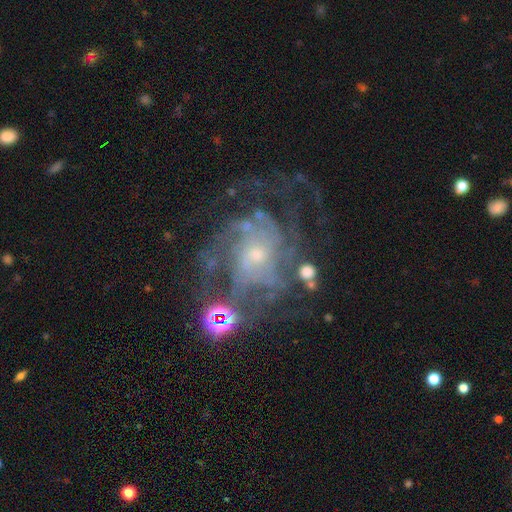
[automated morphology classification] The model was most divided on "spiral winding": tight: 50%, medium: 38%, loose: 13%. Remaining: edge-on disk — no (98%); spiral arms — yes (91%); smooth or featured — featured or disk (83%); bar — no (72%); bulge size — small (70%); merging — none (56%); spiral arm count — can't tell (37%).